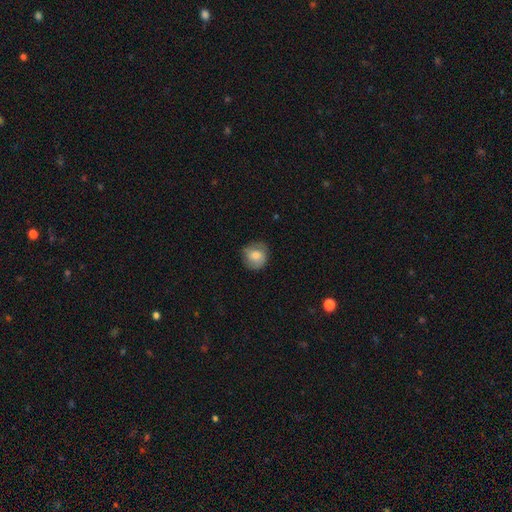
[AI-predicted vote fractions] Q: Smooth or featured?
A: smooth (71%); runner-up: featured or disk (21%)
Q: How rounded?
A: round (85%); runner-up: in between (14%)
Q: Merging?
A: none (74%); runner-up: minor disturbance (19%)